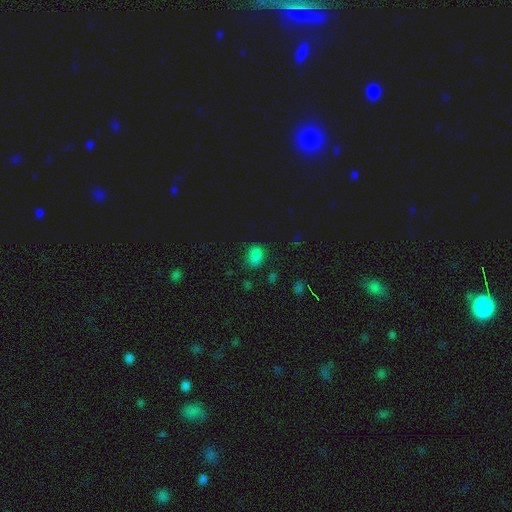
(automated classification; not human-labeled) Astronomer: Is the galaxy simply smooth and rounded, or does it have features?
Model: smooth — 78%.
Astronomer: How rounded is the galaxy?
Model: in between — 76%.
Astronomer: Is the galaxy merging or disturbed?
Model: none — 75%.